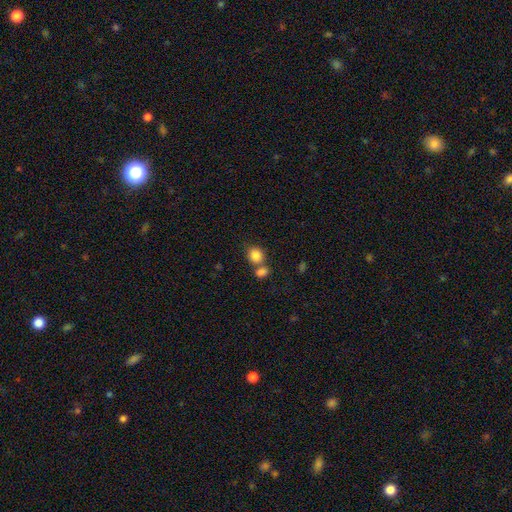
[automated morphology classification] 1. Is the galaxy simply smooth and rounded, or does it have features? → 85% smooth, 9% star or artifact, 6% featured or disk.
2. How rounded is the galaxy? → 74% round, 25% in between, 1% cigar-shaped.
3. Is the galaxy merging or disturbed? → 52% none, 36% merger, 9% minor disturbance, 3% major disturbance.